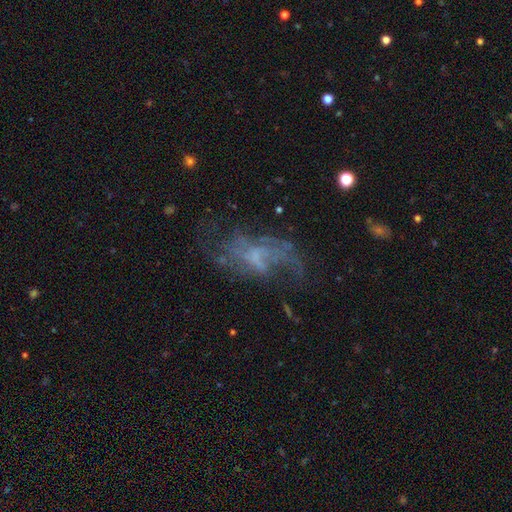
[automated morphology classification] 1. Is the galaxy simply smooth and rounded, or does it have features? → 70% featured or disk, 16% smooth, 14% star or artifact.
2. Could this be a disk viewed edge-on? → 95% no, 5% yes.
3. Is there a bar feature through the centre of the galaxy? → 52% no, 39% weak, 9% strong.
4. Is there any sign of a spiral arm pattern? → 70% yes, 30% no.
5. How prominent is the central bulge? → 46% none, 33% small, 17% moderate, 3% large, 1% dominant.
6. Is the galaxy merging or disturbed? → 45% none, 34% major disturbance, 18% minor disturbance, 4% merger.